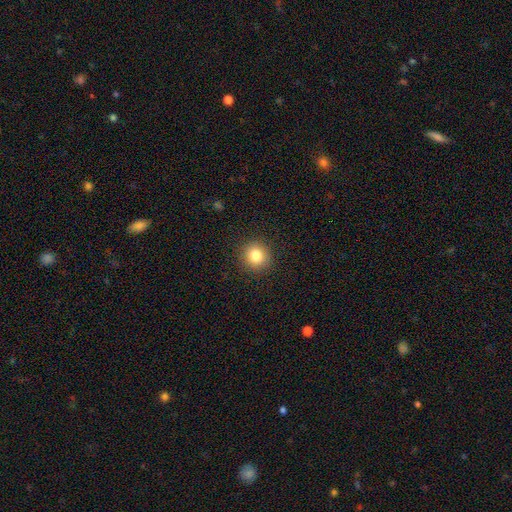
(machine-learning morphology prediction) This is clearly a smooth galaxy (84%). How rounded: clearly round (92%). Merging: clearly none (91%).